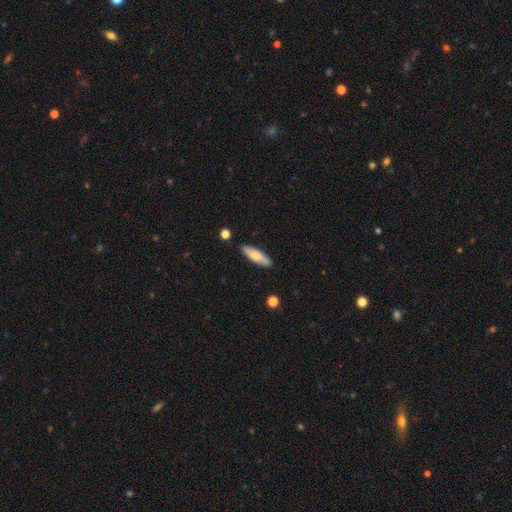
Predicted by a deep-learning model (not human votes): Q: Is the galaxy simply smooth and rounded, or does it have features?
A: smooth — 68%.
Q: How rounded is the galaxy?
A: cigar-shaped — 59%.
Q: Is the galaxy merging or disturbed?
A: none — 86%.